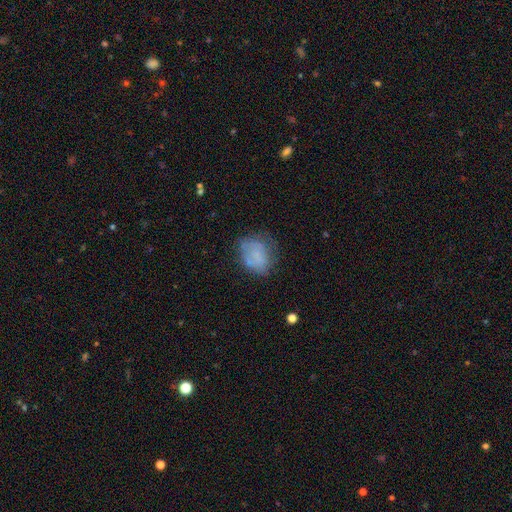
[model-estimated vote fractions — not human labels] A smooth galaxy with no disk features (63%) that is in between round and cigar-shaped (58%). Merging: none (53%).